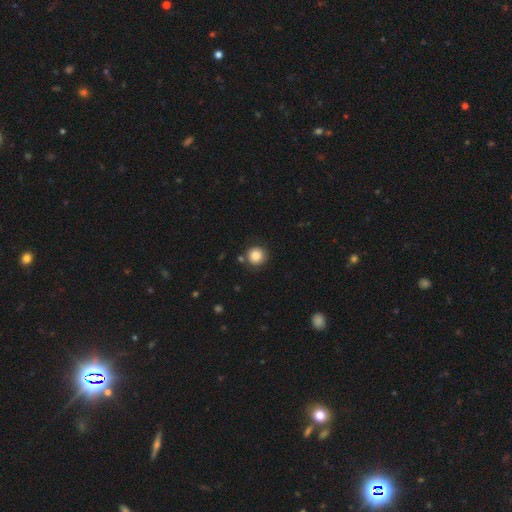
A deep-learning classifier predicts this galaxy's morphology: smooth_or_featured: smooth (p=0.85) [alt: star or artifact p=0.10]
how_rounded: round (p=0.94) [alt: in between p=0.05]
merging: none (p=0.85) [alt: minor disturbance p=0.09]